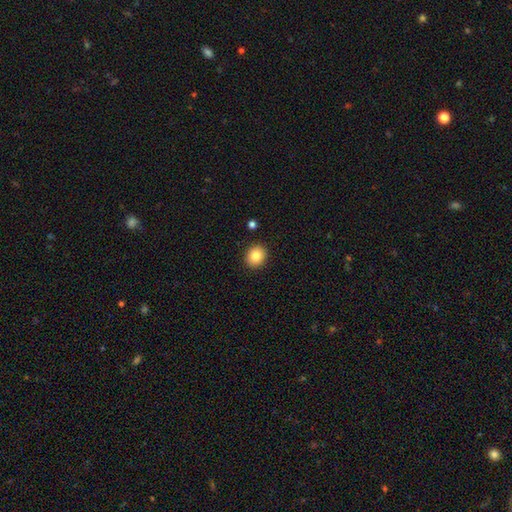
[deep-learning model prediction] Q: Smooth or featured?
A: smooth (85%); runner-up: star or artifact (9%)
Q: How rounded?
A: round (67%); runner-up: in between (32%)
Q: Merging?
A: none (90%); runner-up: minor disturbance (7%)